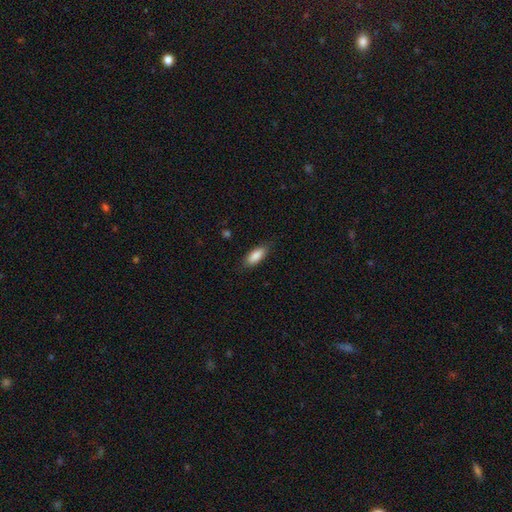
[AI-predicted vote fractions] smooth_or_featured: smooth (p=0.87) [alt: featured or disk p=0.07]
how_rounded: in between (p=0.76) [alt: cigar-shaped p=0.22]
merging: none (p=0.82) [alt: minor disturbance p=0.14]